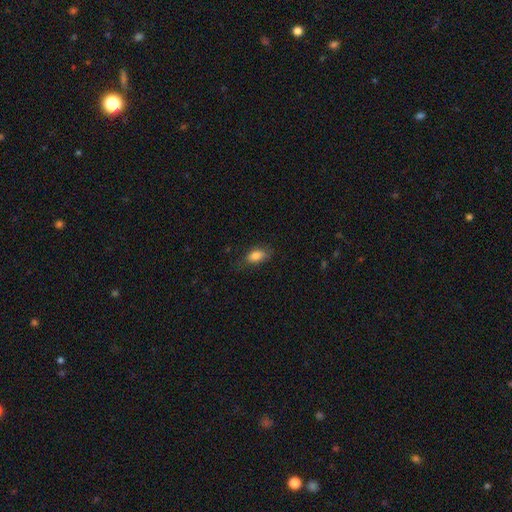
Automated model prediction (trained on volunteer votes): smooth 83%, featured or disk 9%, star or artifact 8%. Down the decision tree: how rounded — in between (88%); merging — none (71%).